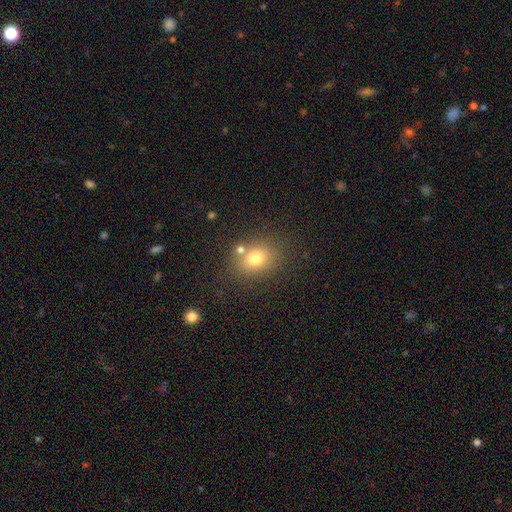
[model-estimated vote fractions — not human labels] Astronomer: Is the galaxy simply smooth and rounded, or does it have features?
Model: smooth — 74%.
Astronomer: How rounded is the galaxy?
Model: round — 52% (runner-up: in between, 47%).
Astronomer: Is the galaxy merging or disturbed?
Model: none — 70%.